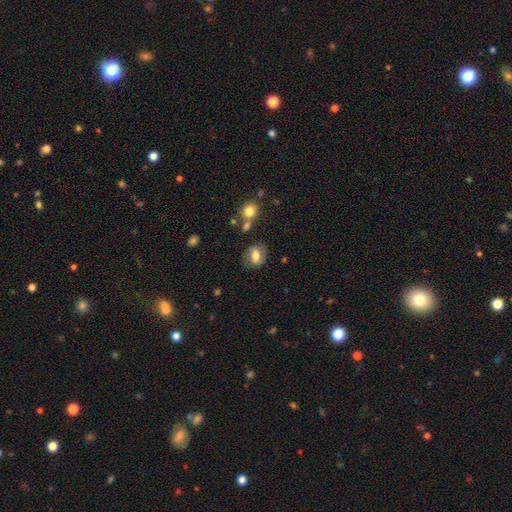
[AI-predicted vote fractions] A smooth galaxy with no disk features (56%) that is in between round and cigar-shaped (53%). Merging: none (72%).